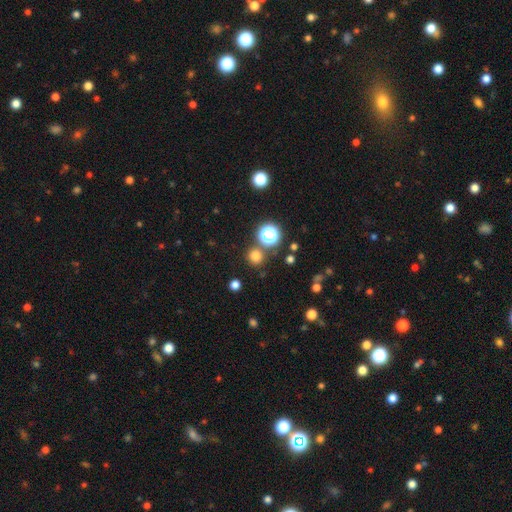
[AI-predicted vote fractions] smooth 74%, star or artifact 21%, featured or disk 5%. Down the decision tree: how rounded — round (92%); merging — none (82%).